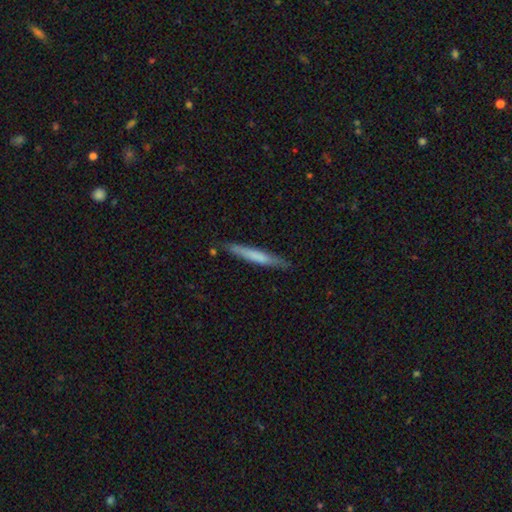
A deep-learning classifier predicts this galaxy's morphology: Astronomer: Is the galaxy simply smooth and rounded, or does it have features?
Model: smooth — 62%.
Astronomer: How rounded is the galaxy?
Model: cigar-shaped — 96%.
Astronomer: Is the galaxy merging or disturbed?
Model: none — 86%.